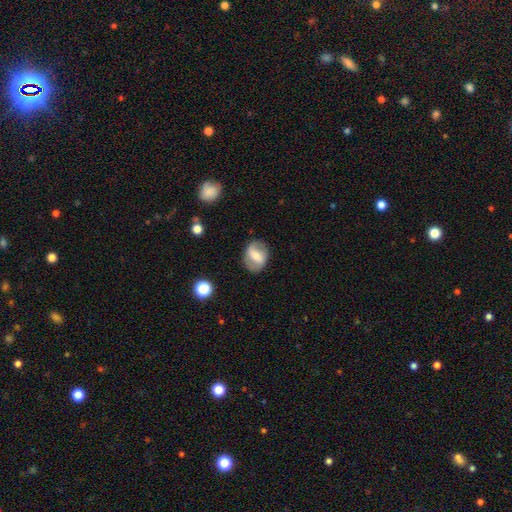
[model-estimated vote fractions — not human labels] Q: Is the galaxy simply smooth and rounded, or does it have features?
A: featured or disk — 54%.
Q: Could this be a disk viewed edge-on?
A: no — 94%.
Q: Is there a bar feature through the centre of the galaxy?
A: strong — 54%.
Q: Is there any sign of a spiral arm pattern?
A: yes — 54%.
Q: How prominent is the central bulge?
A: moderate — 50%.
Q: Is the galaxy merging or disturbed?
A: none — 80%.